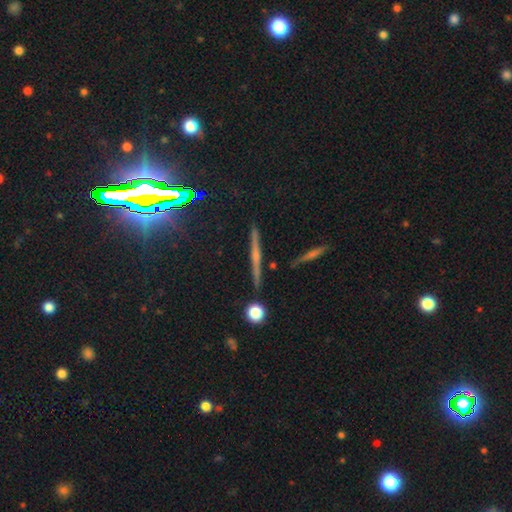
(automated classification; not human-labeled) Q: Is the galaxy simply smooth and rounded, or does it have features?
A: featured or disk — 60%.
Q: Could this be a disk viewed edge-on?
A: yes — 97%.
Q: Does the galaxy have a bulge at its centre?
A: rounded — 50%.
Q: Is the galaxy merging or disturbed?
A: none — 89%.